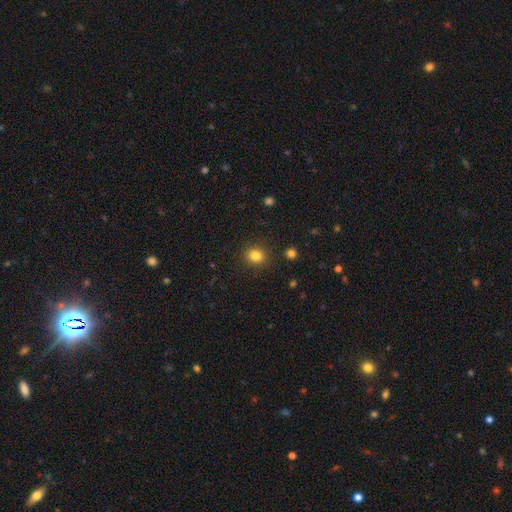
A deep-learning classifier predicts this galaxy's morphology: Q: Smooth or featured?
A: smooth (83%); runner-up: star or artifact (12%)
Q: How rounded?
A: round (69%); runner-up: in between (30%)
Q: Merging?
A: none (88%); runner-up: minor disturbance (8%)